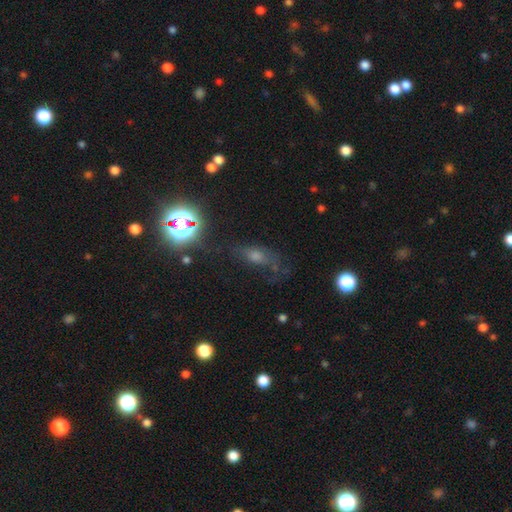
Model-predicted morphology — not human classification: This appears to be a smooth galaxy with no disk features (43%). Merging: none (51%).